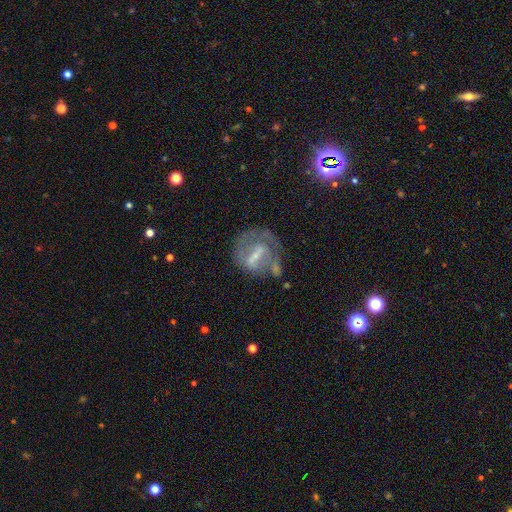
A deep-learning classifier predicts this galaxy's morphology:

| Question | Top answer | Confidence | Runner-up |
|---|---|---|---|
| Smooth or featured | featured or disk | 65% | smooth (26%) |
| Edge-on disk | no | 94% | yes (6%) |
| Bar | strong | 44% | weak (37%) |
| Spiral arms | no | 52% | yes (48%) |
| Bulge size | small | 47% | moderate (24%) |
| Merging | none | 39% | major disturbance (29%) |